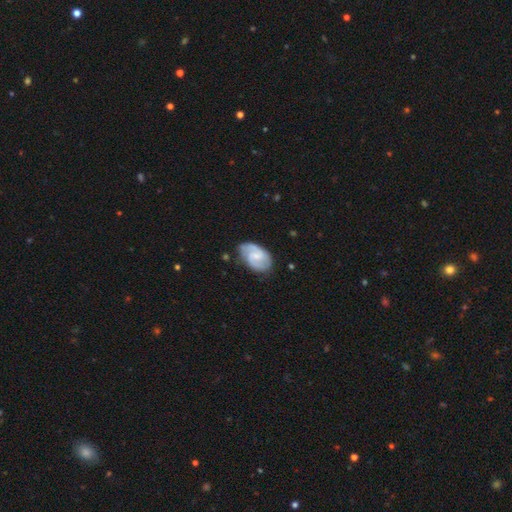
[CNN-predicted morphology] The model was most divided on "bar": weak: 49%, no: 42%, strong: 9%. Remaining: edge-on disk — no (97%); spiral arms — yes (94%); spiral arm count — 2 (79%); smooth or featured — featured or disk (75%); merging — none (70%); bulge size — small (58%); spiral winding — medium (48%).